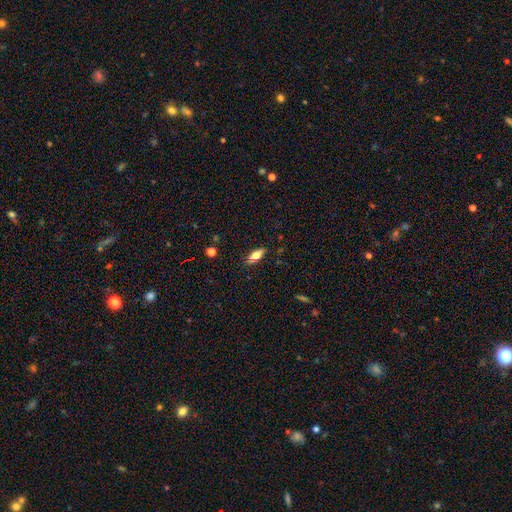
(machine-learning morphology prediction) smooth-or-featured: smooth: 70% | featured or disk: 23% | star or artifact: 7%
  how-rounded: in between: 69% | cigar-shaped: 29% | round: 3%
  merging: none: 85% | minor disturbance: 11% | major disturbance: 2% | merger: 1%